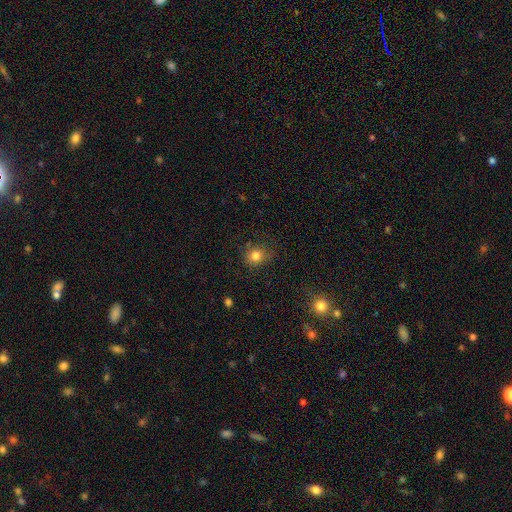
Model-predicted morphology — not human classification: A smooth galaxy with no disk features (80%) that is round (79%).

Vote fractions:
- Smooth or featured? smooth: 80% / star or artifact: 13% / featured or disk: 7%
- How rounded? round: 79% / in between: 20% / cigar-shaped: 1%
- Merging? none: 78% / minor disturbance: 16% / major disturbance: 5% / merger: 2%